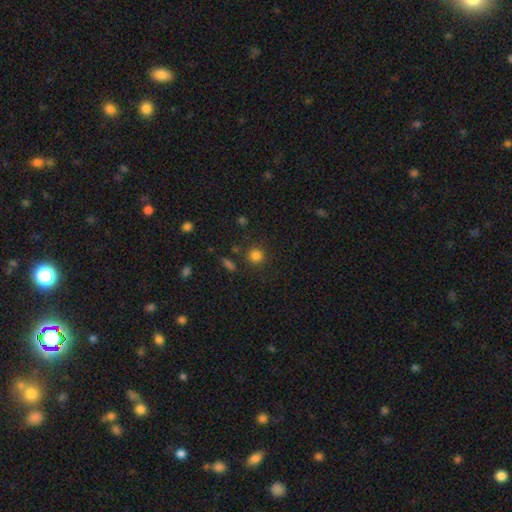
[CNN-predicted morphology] smooth 81%, star or artifact 13%, featured or disk 5%. Down the decision tree: how rounded — round (90%); merging — none (84%).